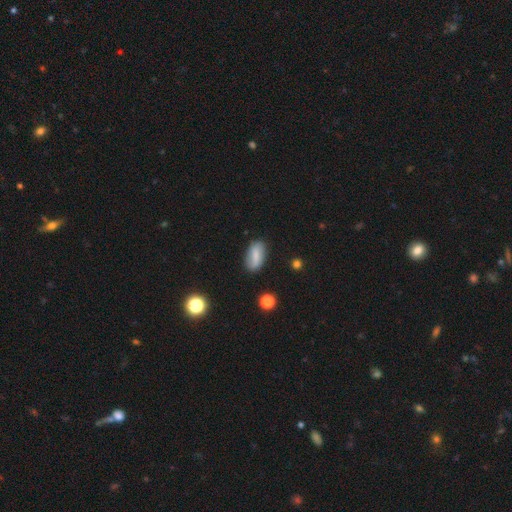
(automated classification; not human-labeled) The model was most divided on "smooth or featured": smooth: 74%, featured or disk: 18%, star or artifact: 8%. More confident: how rounded — in between (88%); merging — none (81%).